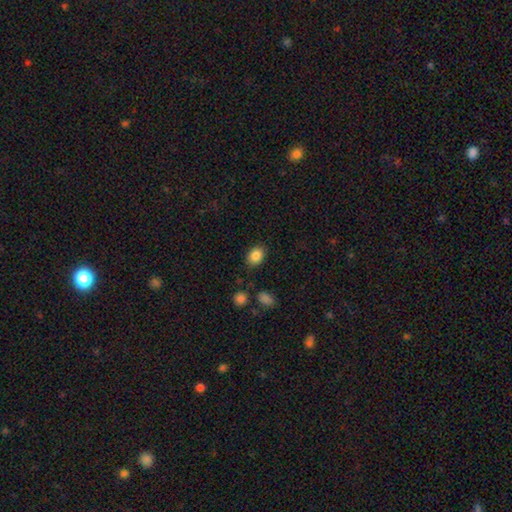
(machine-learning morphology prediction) Smooth or featured?
  - smooth: 86% *
  - star or artifact: 9%
  - featured or disk: 5%
How rounded?
  - in between: 63% *
  - round: 36%
  - cigar-shaped: 1%
Merging?
  - none: 84% *
  - minor disturbance: 11%
  - major disturbance: 3%
  - merger: 2%